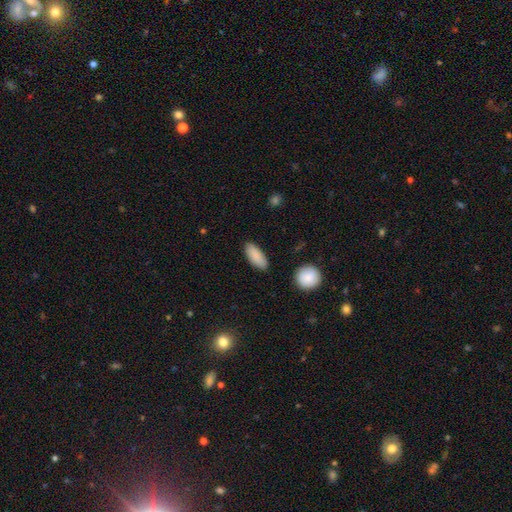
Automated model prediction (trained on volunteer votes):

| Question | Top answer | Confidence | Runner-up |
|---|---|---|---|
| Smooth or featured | smooth | 88% | star or artifact (6%) |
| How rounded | in between | 77% | cigar-shaped (20%) |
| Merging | none | 85% | minor disturbance (10%) |